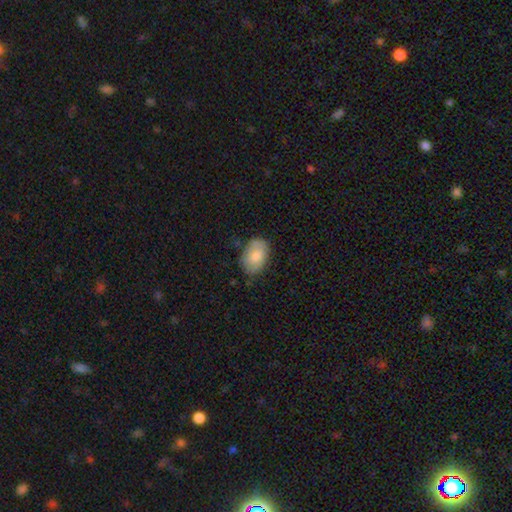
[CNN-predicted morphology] type=smooth (80%); roundness=in between (88%); merging=none (69%).